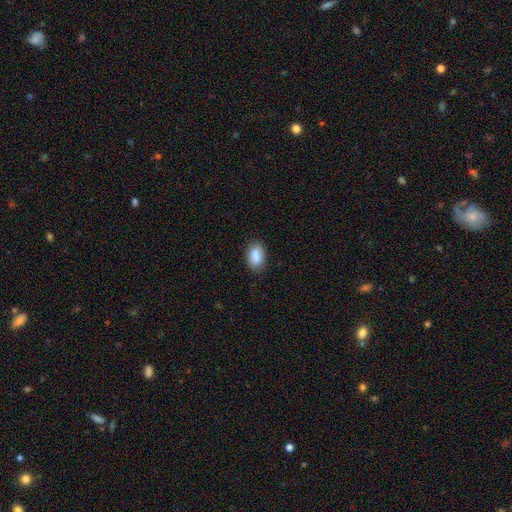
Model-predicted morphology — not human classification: Q: Smooth or featured?
A: smooth (88%); runner-up: star or artifact (7%)
Q: How rounded?
A: in between (92%); runner-up: round (6%)
Q: Merging?
A: none (84%); runner-up: minor disturbance (12%)